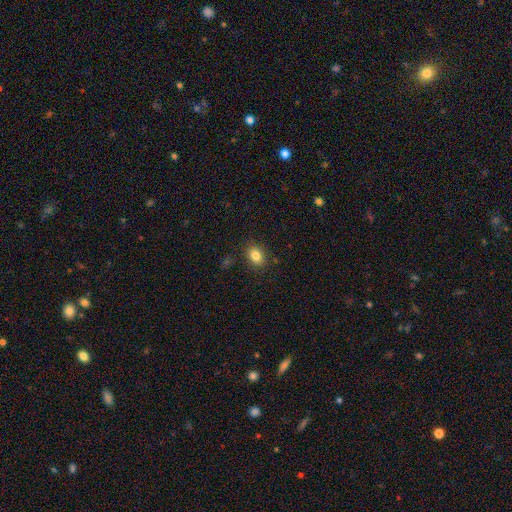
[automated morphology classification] Q: Smooth or featured?
A: smooth (84%); runner-up: star or artifact (10%)
Q: How rounded?
A: in between (72%); runner-up: round (27%)
Q: Merging?
A: none (86%); runner-up: minor disturbance (10%)